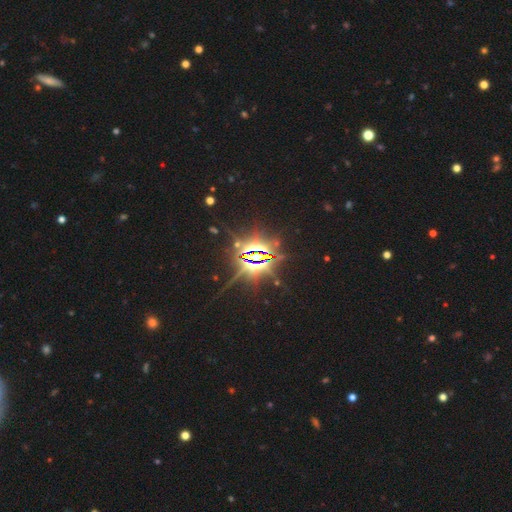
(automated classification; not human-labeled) A star or artifact, not a galaxy (84%).